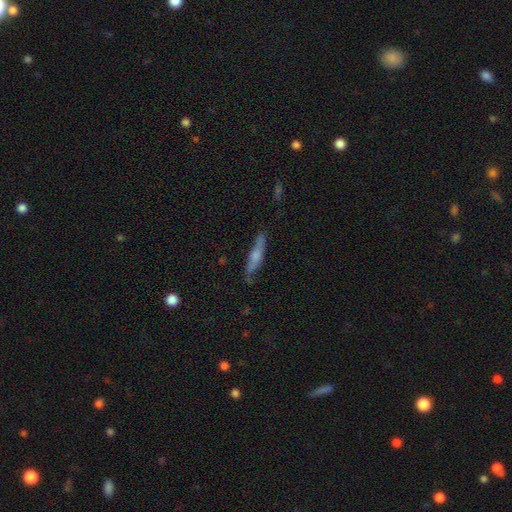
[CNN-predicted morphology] type=smooth (48%); merging=none (75%).